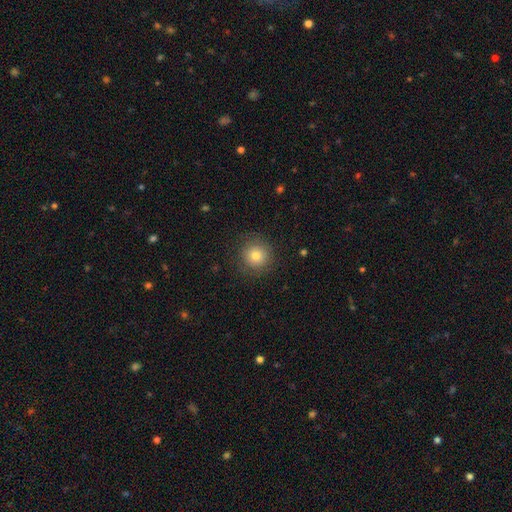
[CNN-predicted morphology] Q: Smooth or featured?
A: smooth (78%); runner-up: star or artifact (11%)
Q: How rounded?
A: round (94%); runner-up: in between (5%)
Q: Merging?
A: none (87%); runner-up: minor disturbance (9%)